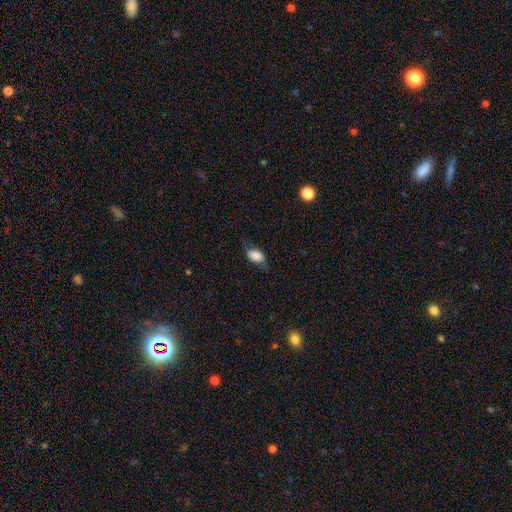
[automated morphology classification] Smooth or featured? smooth (73%)
How rounded? in between (85%)
Merging? none (60%)